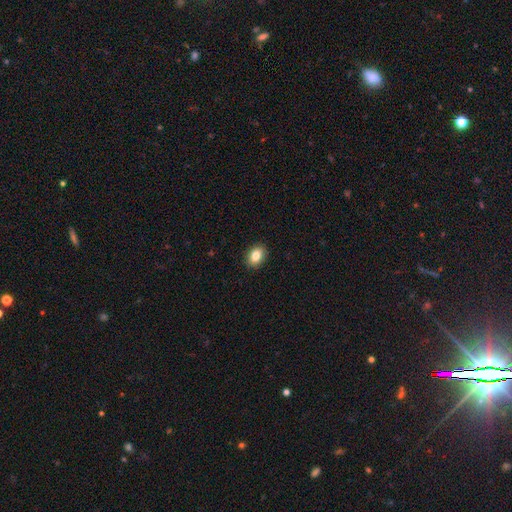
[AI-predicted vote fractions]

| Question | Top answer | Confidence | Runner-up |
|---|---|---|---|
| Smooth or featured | smooth | 83% | star or artifact (9%) |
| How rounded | in between | 69% | round (29%) |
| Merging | none | 90% | minor disturbance (7%) |